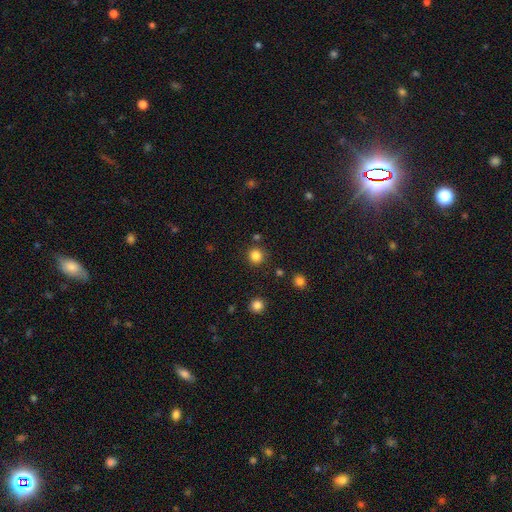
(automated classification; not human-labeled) A smooth galaxy with no disk features (84%) that is round (92%).

Vote fractions:
- Smooth or featured? smooth: 84% / star or artifact: 12% / featured or disk: 4%
- How rounded? round: 92% / in between: 7% / cigar-shaped: 1%
- Merging? none: 87% / minor disturbance: 7% / merger: 4% / major disturbance: 2%